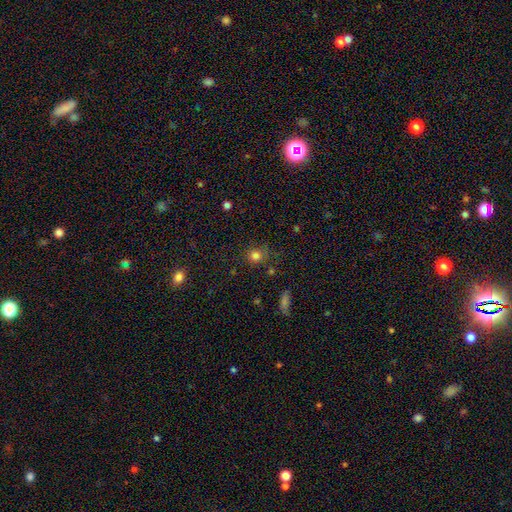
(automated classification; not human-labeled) smooth_or_featured: smooth (p=0.79) [alt: star or artifact p=0.15]
how_rounded: round (p=0.89) [alt: in between p=0.10]
merging: none (p=0.79) [alt: minor disturbance p=0.13]